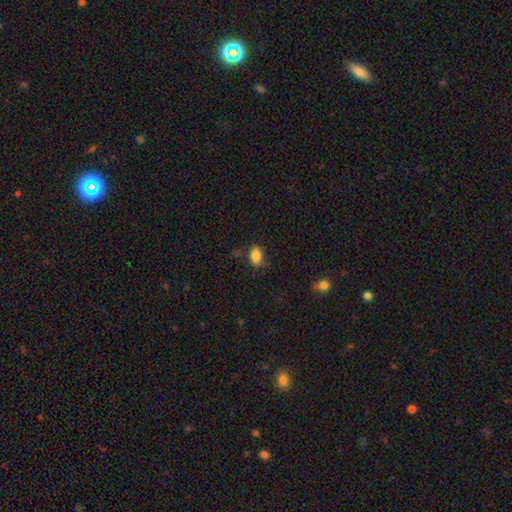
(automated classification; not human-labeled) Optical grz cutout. It shows a smooth galaxy with no disk features (85%) that is in between round and cigar-shaped (87%). Merging: none (77%).